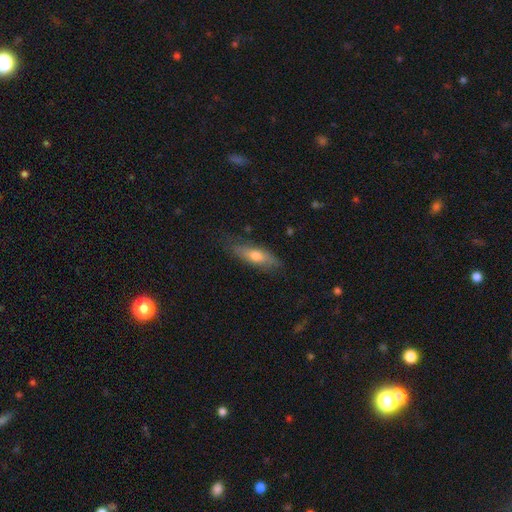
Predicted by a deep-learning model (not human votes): smooth 57%, featured or disk 36%, star or artifact 7%. Down the decision tree: how rounded — cigar-shaped (51%); merging — none (74%).